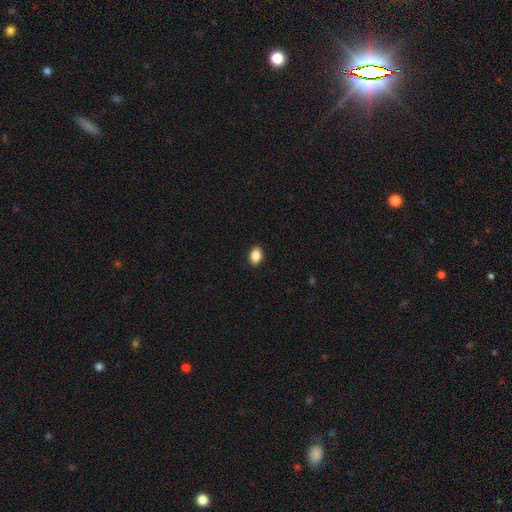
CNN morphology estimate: Smooth or featured?
  - smooth: 87% *
  - star or artifact: 9%
  - featured or disk: 4%
How rounded?
  - in between: 73% *
  - round: 25%
  - cigar-shaped: 1%
Merging?
  - none: 90% *
  - minor disturbance: 7%
  - major disturbance: 2%
  - merger: 1%